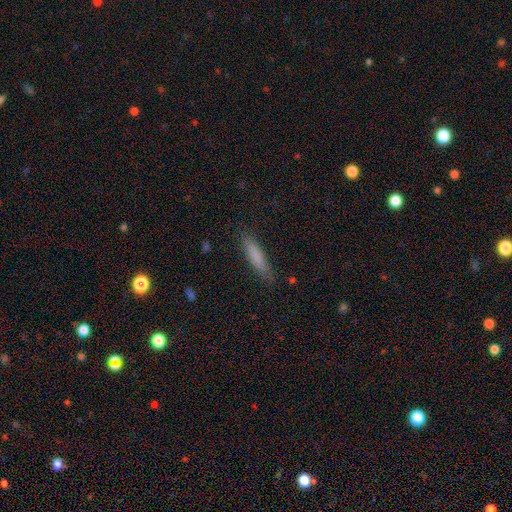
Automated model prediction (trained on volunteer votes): smooth-or-featured: smooth: 80% | featured or disk: 13% | star or artifact: 7%
  how-rounded: cigar-shaped: 83% | in between: 16% | round: 1%
  merging: none: 82% | minor disturbance: 14% | major disturbance: 3% | merger: 1%